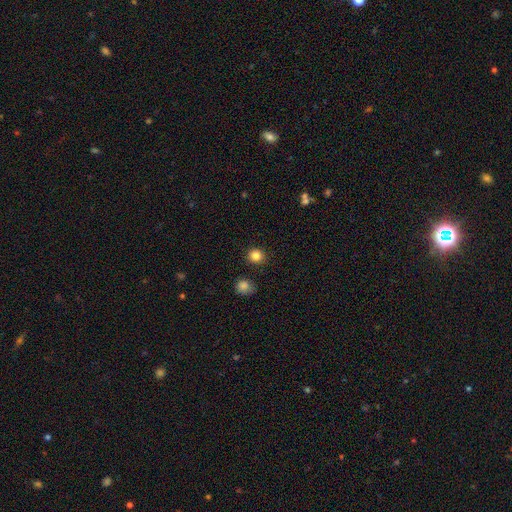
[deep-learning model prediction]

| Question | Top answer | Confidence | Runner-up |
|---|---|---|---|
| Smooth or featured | smooth | 84% | star or artifact (12%) |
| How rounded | round | 88% | in between (11%) |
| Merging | none | 89% | minor disturbance (6%) |